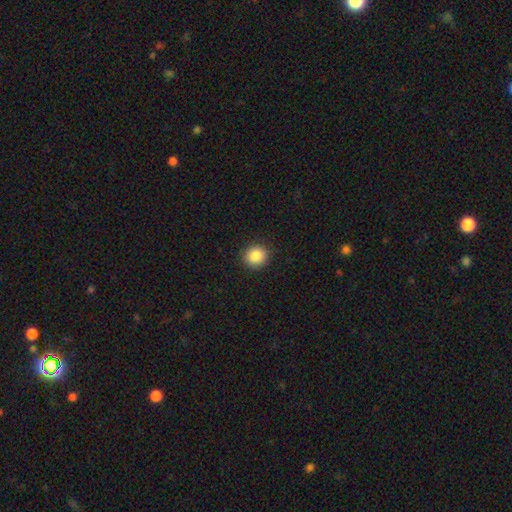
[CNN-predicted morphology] Q: Smooth or featured?
A: smooth (86%); runner-up: star or artifact (9%)
Q: How rounded?
A: round (87%); runner-up: in between (12%)
Q: Merging?
A: none (91%); runner-up: minor disturbance (6%)